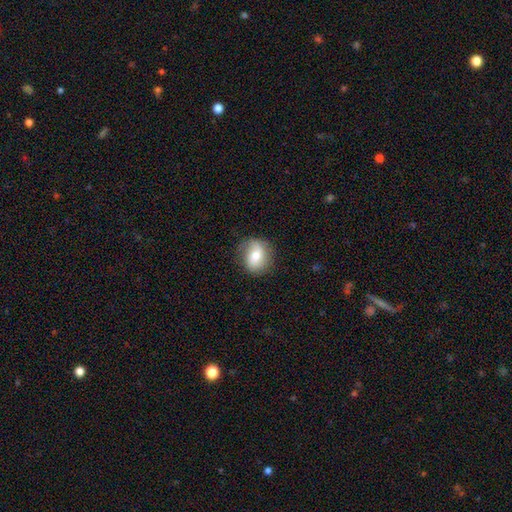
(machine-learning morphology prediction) Overall: smooth (56%; featured or disk 36%). How rounded: round (64%; in between 35%). Merging: none (77%).